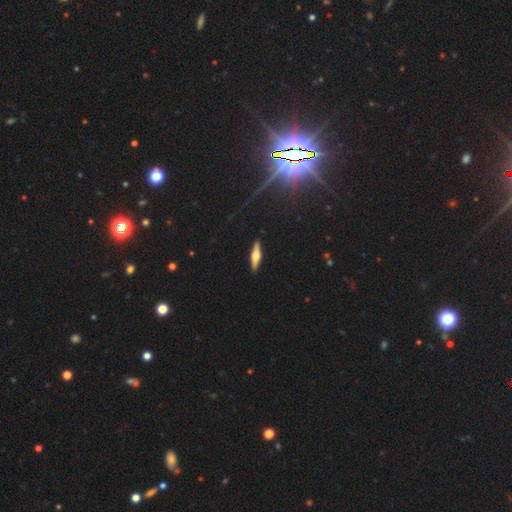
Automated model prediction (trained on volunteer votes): Smooth or featured? featured or disk (60%)
Edge-on disk? yes (96%)
Edge-on bulge? rounded (91%)
Merging? none (90%)